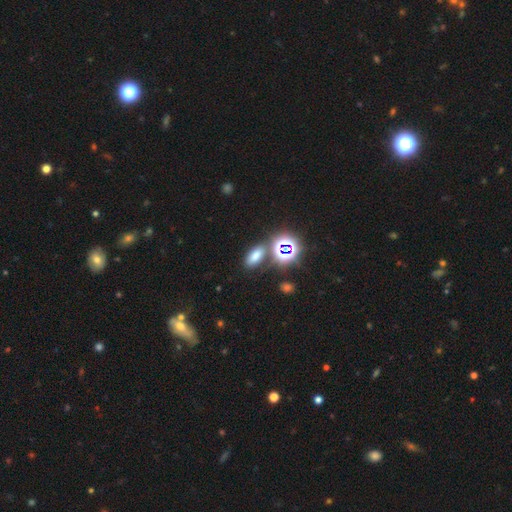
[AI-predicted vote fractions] Q: Smooth or featured?
A: smooth (64%); runner-up: star or artifact (29%)
Q: How rounded?
A: in between (78%); runner-up: round (15%)
Q: Merging?
A: none (74%); runner-up: merger (12%)